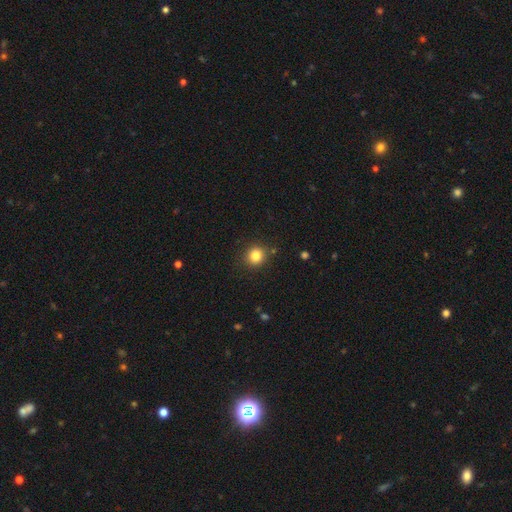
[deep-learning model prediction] A smooth galaxy with no disk features (83%) that is round (89%).

Vote fractions:
- Smooth or featured? smooth: 83% / star or artifact: 12% / featured or disk: 5%
- How rounded? round: 89% / in between: 10% / cigar-shaped: 1%
- Merging? none: 89% / minor disturbance: 7% / major disturbance: 2% / merger: 2%